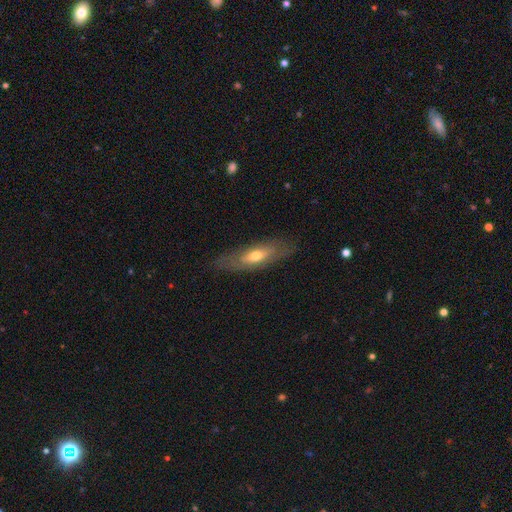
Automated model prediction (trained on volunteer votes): A smooth galaxy with no disk features (47%).

Vote fractions:
- Smooth or featured? smooth: 47% / featured or disk: 46% / star or artifact: 6%
- Merging? none: 79% / minor disturbance: 15% / major disturbance: 5% / merger: 1%